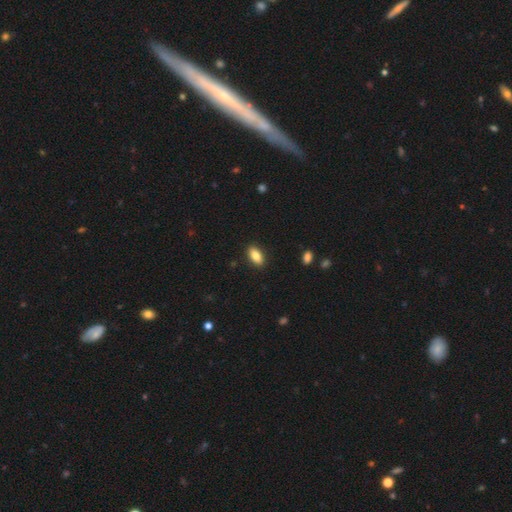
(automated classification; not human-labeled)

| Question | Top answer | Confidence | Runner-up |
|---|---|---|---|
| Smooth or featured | smooth | 86% | star or artifact (7%) |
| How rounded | in between | 89% | cigar-shaped (7%) |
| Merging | none | 89% | minor disturbance (8%) |